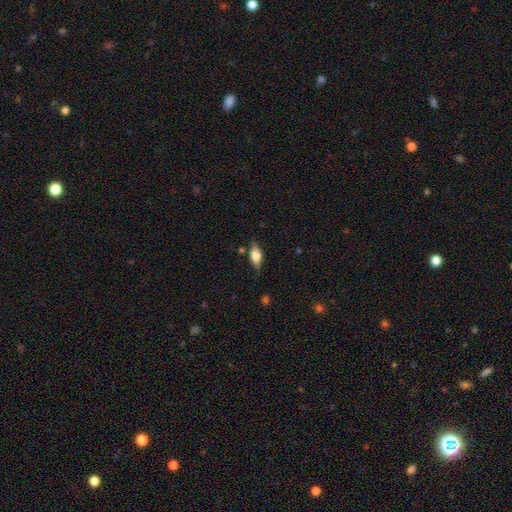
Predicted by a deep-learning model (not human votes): Overall: smooth (52%; featured or disk 40%). How rounded: in between (74%). Merging: none (79%).